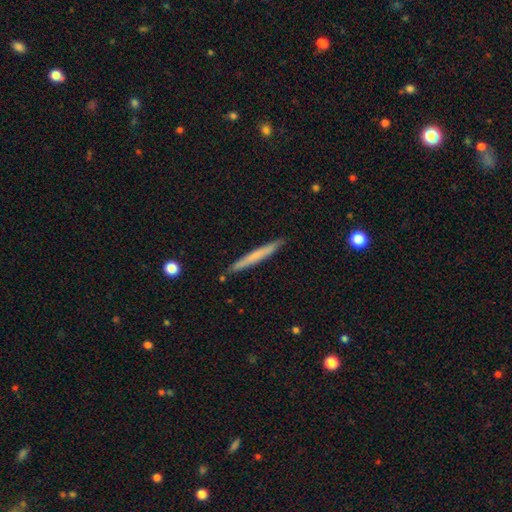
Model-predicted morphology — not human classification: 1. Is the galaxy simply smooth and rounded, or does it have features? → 60% smooth, 34% featured or disk, 5% star or artifact.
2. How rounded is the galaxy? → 97% cigar-shaped, 2% in between, 1% round.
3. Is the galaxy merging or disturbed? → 90% none, 7% minor disturbance, 1% merger, 1% major disturbance.